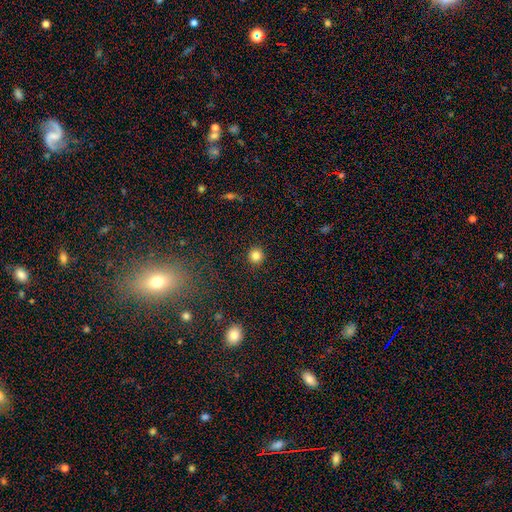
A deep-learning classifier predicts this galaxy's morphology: This appears to be a smooth galaxy with no disk features (83%) that is round (95%). Merging: none (92%).